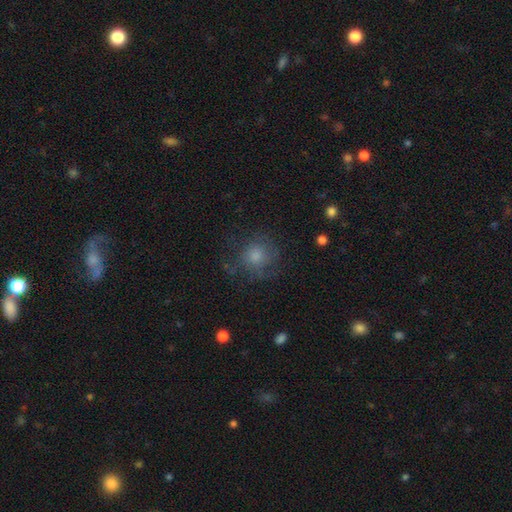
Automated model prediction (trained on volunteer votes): Overall: smooth (57%; featured or disk 27%). How rounded: round (87%). Merging: none (67%).